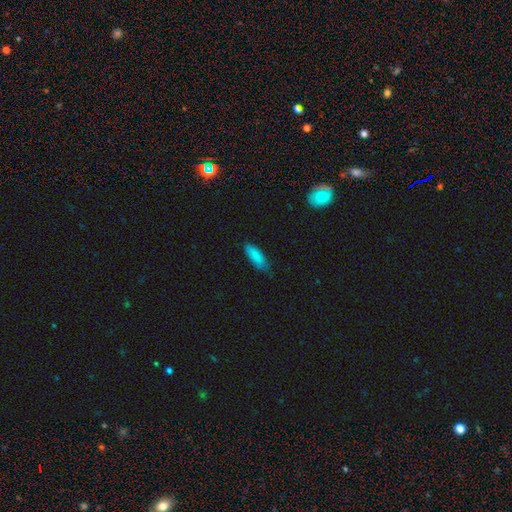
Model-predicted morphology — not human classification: Overall: smooth (86%). How rounded: in between (64%; cigar-shaped 34%). Merging: none (65%; minor disturbance 29%).